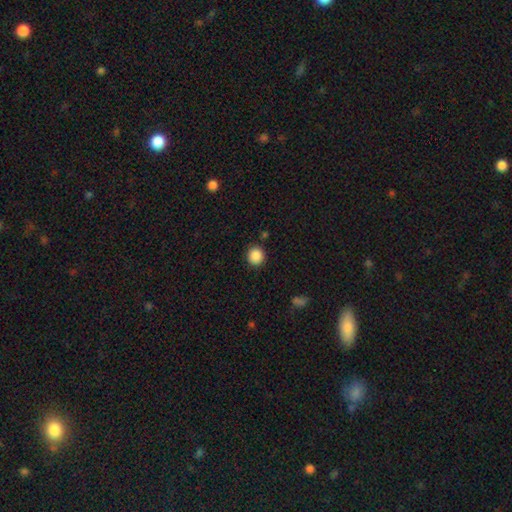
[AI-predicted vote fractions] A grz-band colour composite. It shows a smooth galaxy with no disk features (88%) that is round (91%). Merging: none (89%).